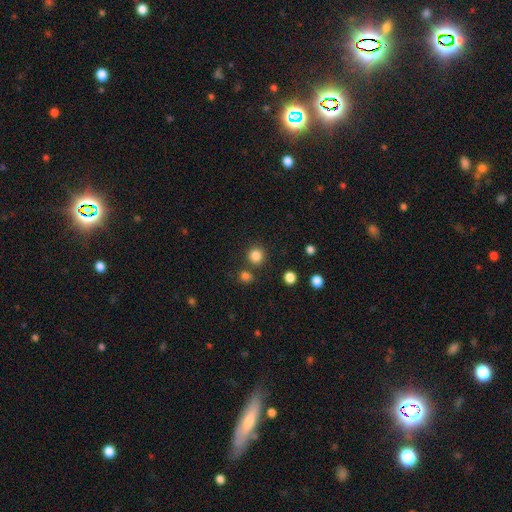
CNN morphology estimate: A smooth galaxy with no disk features (84%) that is round (93%).

Vote fractions:
- Smooth or featured? smooth: 84% / star or artifact: 12% / featured or disk: 4%
- How rounded? round: 93% / in between: 7% / cigar-shaped: 1%
- Merging? none: 83% / merger: 8% / minor disturbance: 7% / major disturbance: 3%